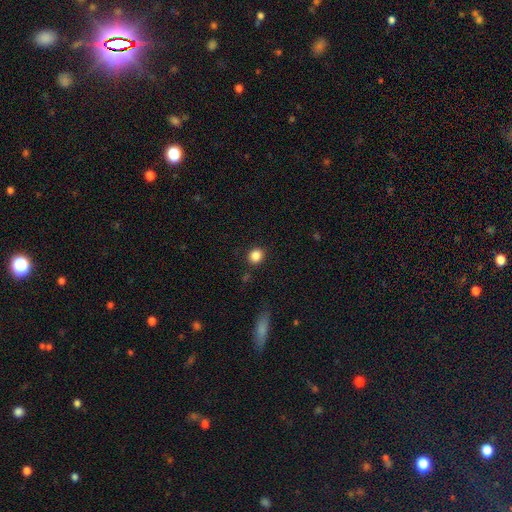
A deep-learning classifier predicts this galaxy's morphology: Smooth or featured: smooth — 86% (star or artifact — 10%)
How rounded: round — 83% (in between — 16%)
Merging: none — 88% (minor disturbance — 7%)